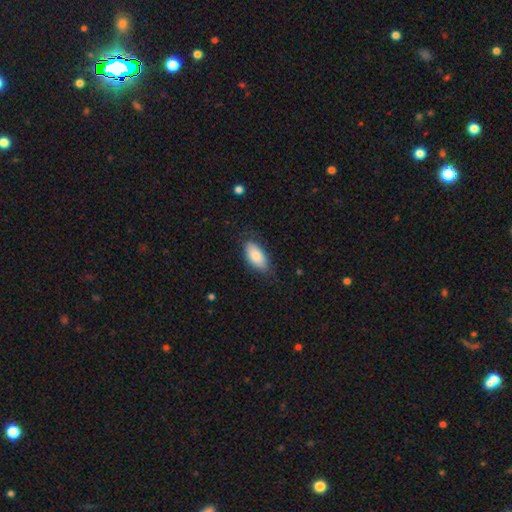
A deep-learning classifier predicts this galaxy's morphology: This is clearly a smooth galaxy (84%). How rounded: clearly in between (92%). Merging: likely none (78%).